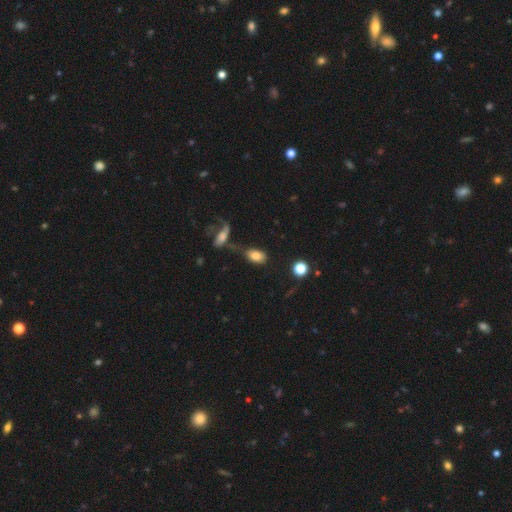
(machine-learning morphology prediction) type=smooth (79%); roundness=in between (89%); merging=none (48%).